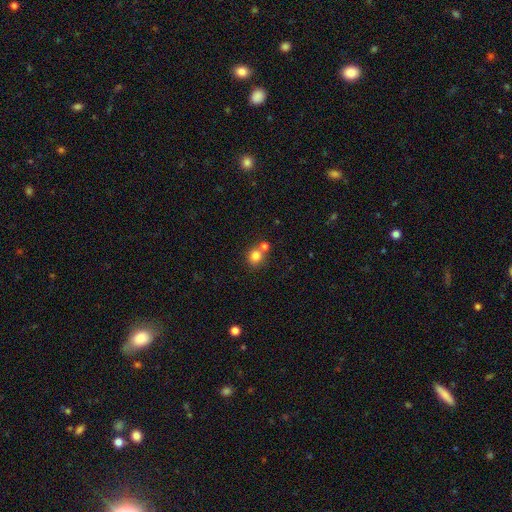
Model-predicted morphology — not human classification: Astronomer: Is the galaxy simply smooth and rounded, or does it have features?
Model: smooth — 81%.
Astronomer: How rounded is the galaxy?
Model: round — 87%.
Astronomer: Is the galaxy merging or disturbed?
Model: none — 55% (runner-up: merger, 35%).